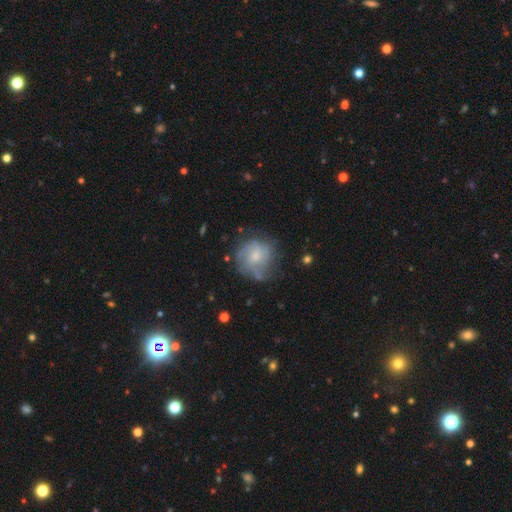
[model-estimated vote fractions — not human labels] smooth-or-featured: featured or disk: 55% | smooth: 37% | star or artifact: 8%
  disk-edge-on: no: 98% | yes: 2%
    bar: no: 75% | weak: 22% | strong: 3%
    has-spiral-arms: yes: 72% | no: 28%
    bulge-size: small: 46% | moderate: 43% | none: 7% | large: 4% | dominant: 1%
  merging: none: 63% | minor disturbance: 22% | major disturbance: 12% | merger: 3%